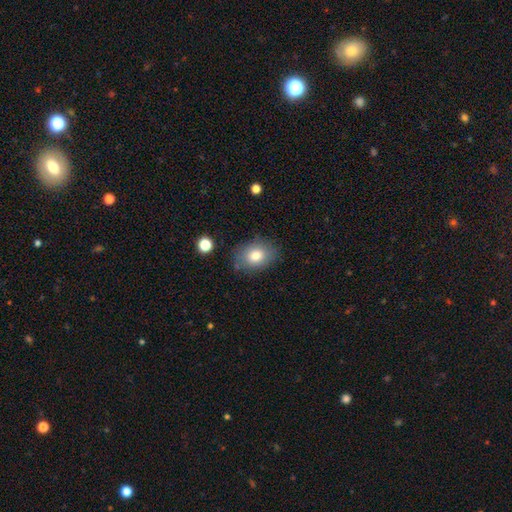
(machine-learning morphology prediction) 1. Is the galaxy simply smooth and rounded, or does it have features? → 79% smooth, 12% featured or disk, 9% star or artifact.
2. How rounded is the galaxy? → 70% in between, 29% round, 1% cigar-shaped.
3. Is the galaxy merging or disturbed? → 79% none, 14% minor disturbance, 4% major disturbance, 3% merger.